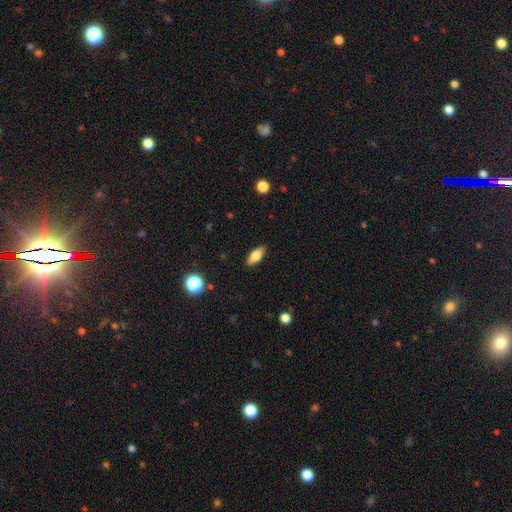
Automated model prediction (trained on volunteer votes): Morphology: type=smooth (70%); roundness=in between (77%); merging=none (88%).